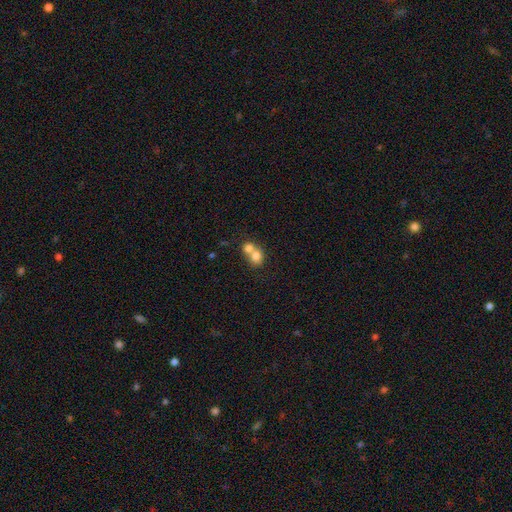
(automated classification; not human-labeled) The model was most divided on "how rounded": round: 70%, in between: 29%, cigar-shaped: 1%. More confident: smooth or featured — smooth (75%); merging — merger (71%).